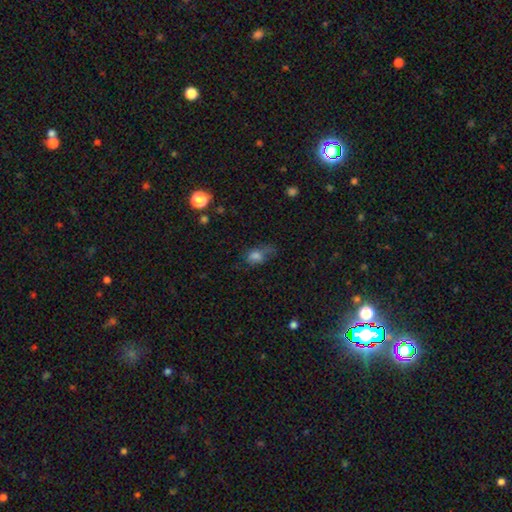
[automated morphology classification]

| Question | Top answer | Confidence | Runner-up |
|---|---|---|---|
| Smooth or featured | smooth | 68% | star or artifact (17%) |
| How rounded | in between | 72% | round (25%) |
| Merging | none | 42% | minor disturbance (30%) |